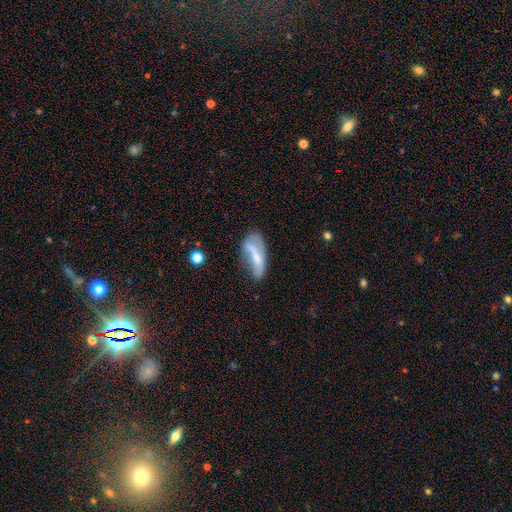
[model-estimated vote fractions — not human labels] Overall: smooth (53%; featured or disk 39%). How rounded: in between (67%; cigar-shaped 30%). Merging: none (39%; minor disturbance 32%).